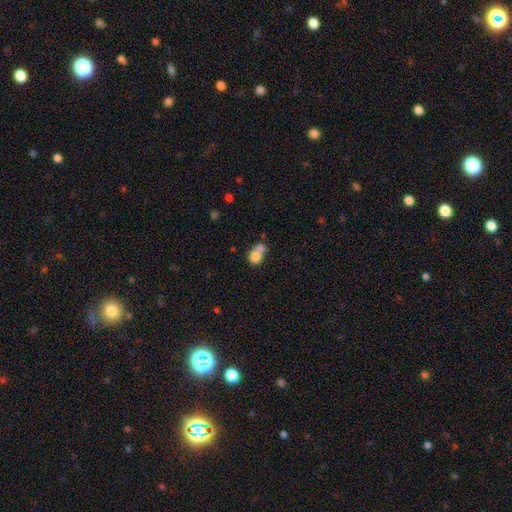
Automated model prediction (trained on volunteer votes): This is likely a smooth galaxy (77%). How rounded: likely round (67%). Merging: likely merger (61%).